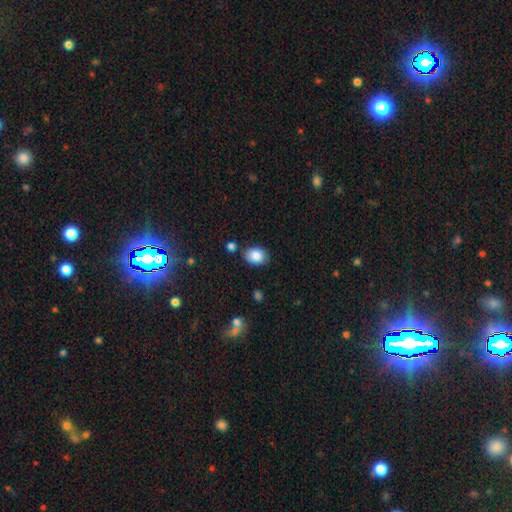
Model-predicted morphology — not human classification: Smooth or featured? Predicted: smooth (p=0.87). How rounded? Predicted: in between (p=0.70). Merging? Predicted: none (p=0.79).